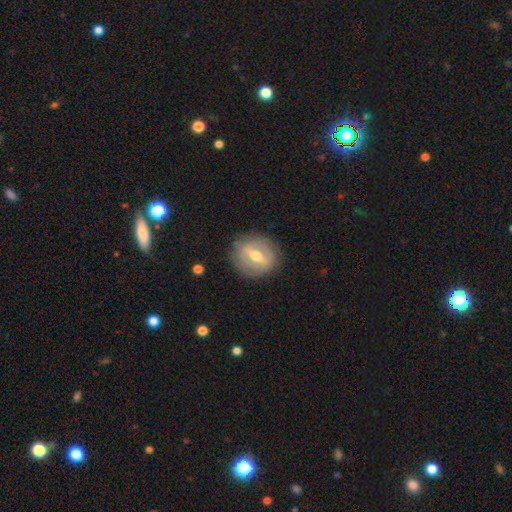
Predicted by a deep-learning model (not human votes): This is likely a featured or disk galaxy (67%). It is clearly not viewed edge-on (87%). Bar: possibly strong (51%). Spiral arm pattern: likely no (65%). Central bulge: likely moderate (75%). Merging: clearly none (82%).